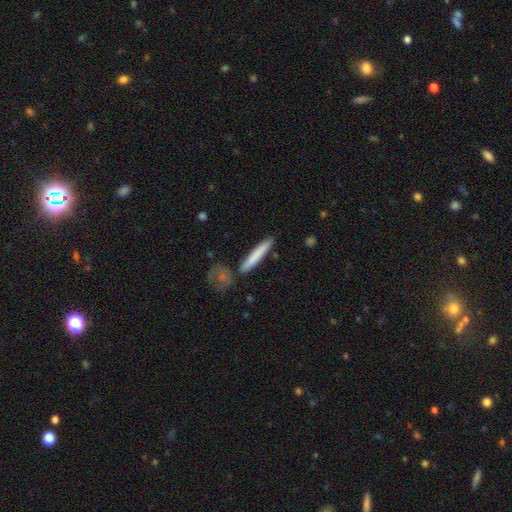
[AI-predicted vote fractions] Morphology: type=smooth (75%); roundness=cigar-shaped (95%); merging=none (85%).